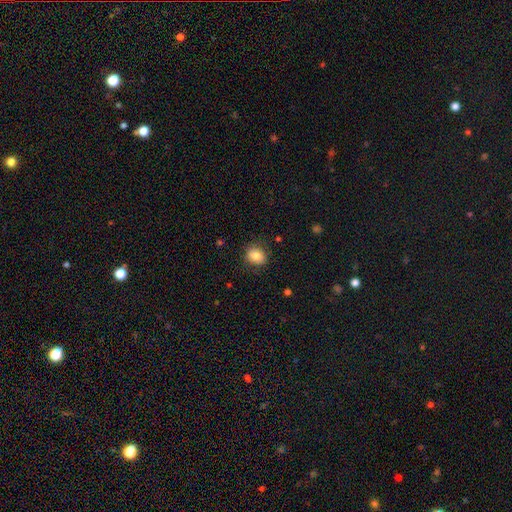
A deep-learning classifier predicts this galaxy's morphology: smooth_or_featured: smooth (p=0.81) [alt: featured or disk p=0.10]
how_rounded: round (p=0.63) [alt: in between p=0.36]
merging: none (p=0.80) [alt: minor disturbance p=0.14]